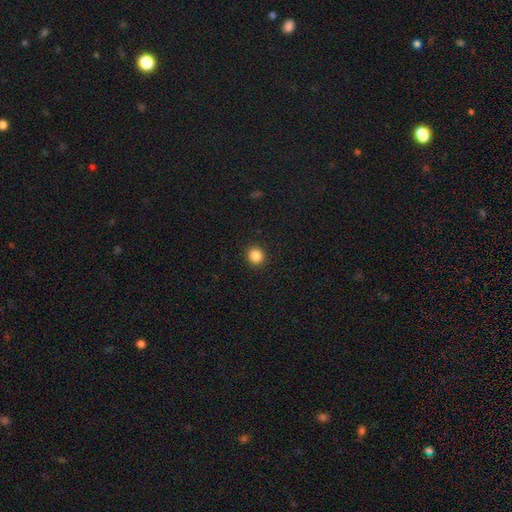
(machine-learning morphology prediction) smooth_or_featured: smooth (p=0.85) [alt: star or artifact p=0.11]
how_rounded: round (p=0.90) [alt: in between p=0.09]
merging: none (p=0.93) [alt: minor disturbance p=0.05]